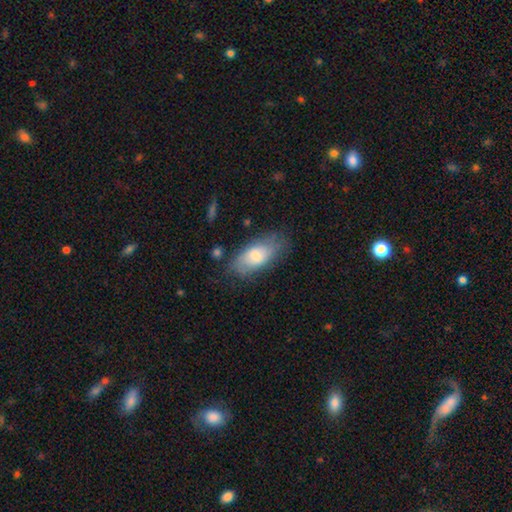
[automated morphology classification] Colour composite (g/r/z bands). It shows a smooth galaxy with no disk features (70%) that is in between round and cigar-shaped (88%). Merging: none (65%).